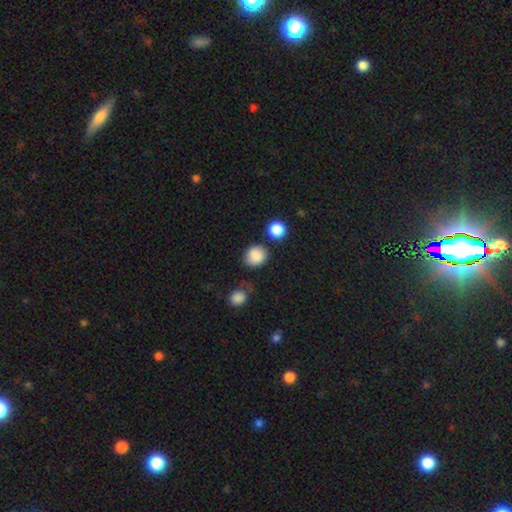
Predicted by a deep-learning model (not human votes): smooth-or-featured: smooth: 86% | star or artifact: 10% | featured or disk: 4%
  how-rounded: round: 79% | in between: 20% | cigar-shaped: 1%
  merging: none: 71% | minor disturbance: 17% | merger: 7% | major disturbance: 5%